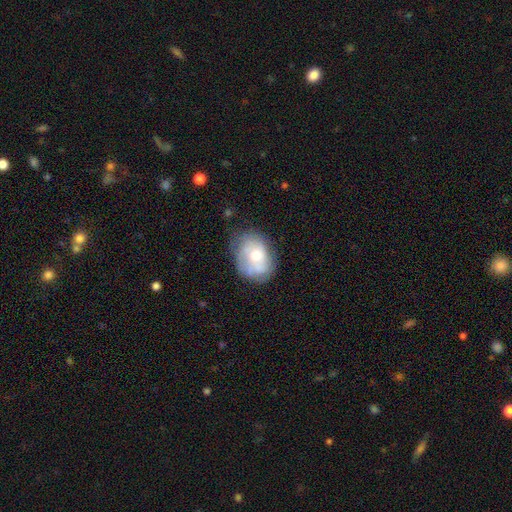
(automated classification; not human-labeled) Smooth or featured? smooth (52%)
How rounded? in between (67%)
Merging? none (55%)